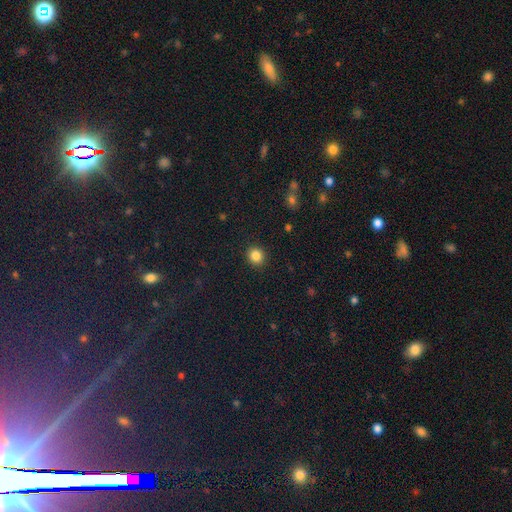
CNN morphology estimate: Smooth or featured?
  - smooth: 85% *
  - star or artifact: 11%
  - featured or disk: 4%
How rounded?
  - round: 87% *
  - in between: 12%
  - cigar-shaped: 1%
Merging?
  - none: 92% *
  - minor disturbance: 5%
  - major disturbance: 2%
  - merger: 1%